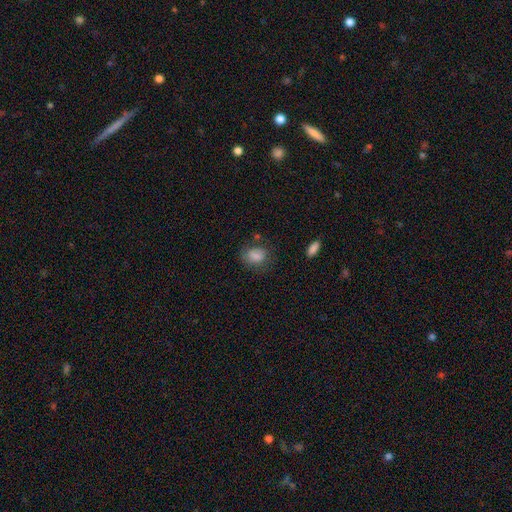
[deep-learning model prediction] A smooth galaxy with no disk features (81%) that is in between round and cigar-shaped (67%). Merging: none (64%).